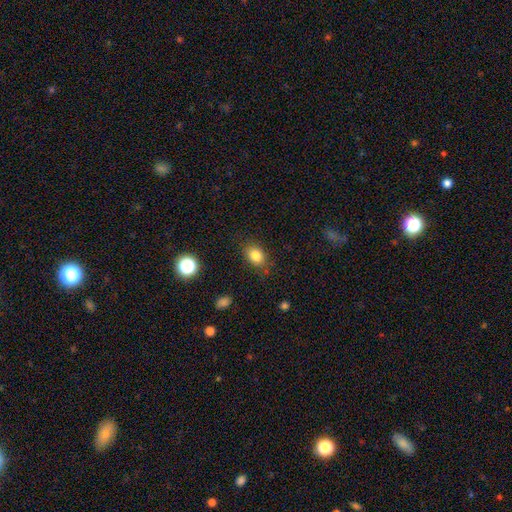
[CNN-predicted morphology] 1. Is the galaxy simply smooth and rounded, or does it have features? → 82% smooth, 11% star or artifact, 7% featured or disk.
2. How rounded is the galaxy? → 62% in between, 37% round, 1% cigar-shaped.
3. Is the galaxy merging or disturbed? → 81% none, 14% minor disturbance, 4% major disturbance, 2% merger.